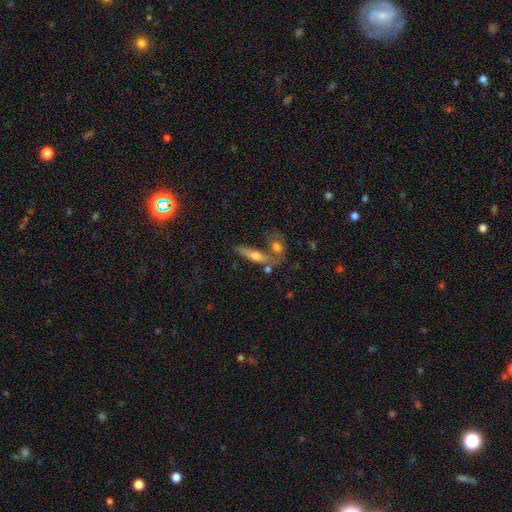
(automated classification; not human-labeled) smooth-or-featured: featured or disk: 45% (tied) | smooth: 45% (tied) | star or artifact: 10%
  merging: none: 51% | merger: 29% | minor disturbance: 13% | major disturbance: 6%